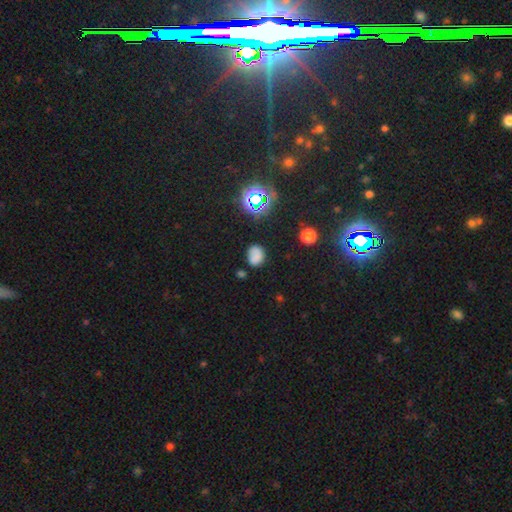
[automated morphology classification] Smooth or featured?
  - smooth: 74% *
  - star or artifact: 18%
  - featured or disk: 8%
How rounded?
  - in between: 52% *
  - round: 47%
  - cigar-shaped: 1%
Merging?
  - none: 71% *
  - minor disturbance: 20%
  - major disturbance: 5%
  - merger: 4%